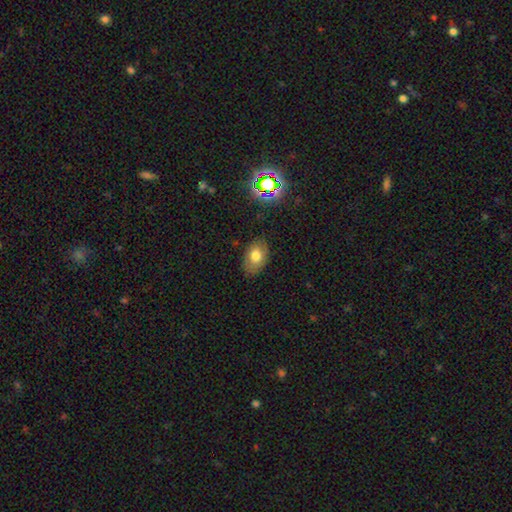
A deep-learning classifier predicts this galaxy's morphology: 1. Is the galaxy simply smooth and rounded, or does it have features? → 75% smooth, 15% featured or disk, 11% star or artifact.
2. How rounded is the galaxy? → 85% in between, 14% round, 1% cigar-shaped.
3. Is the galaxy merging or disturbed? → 81% none, 14% minor disturbance, 4% major disturbance, 1% merger.